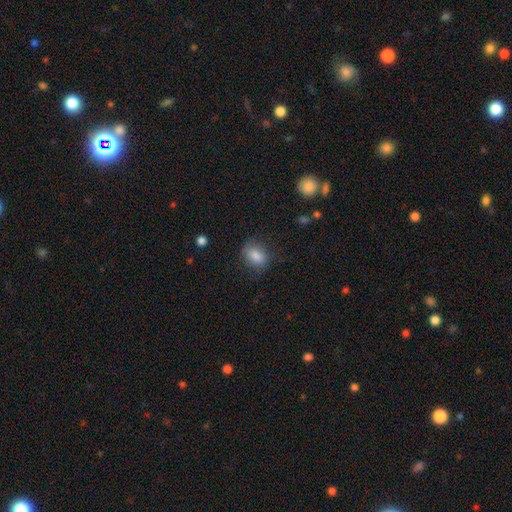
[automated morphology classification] smooth-or-featured: smooth: 84% | star or artifact: 8% | featured or disk: 8%
  how-rounded: in between: 69% | round: 29% | cigar-shaped: 2%
  merging: none: 75% | minor disturbance: 18% | major disturbance: 5% | merger: 1%